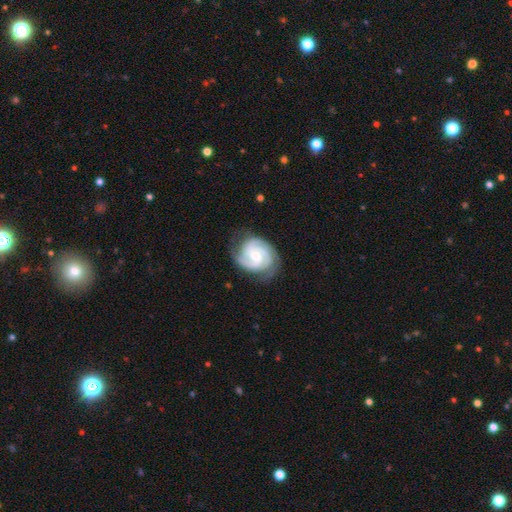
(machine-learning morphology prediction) Overall: featured or disk (89%). Edge-on disk: no (98%). Bar: no (53%; weak 39%). Spiral arms: yes (98%). Spiral arm count: 3 (49%; 2 29%). Spiral winding: tight (63%; medium 32%). Bulge size: moderate (57%; small 36%). Merging: none (75%).